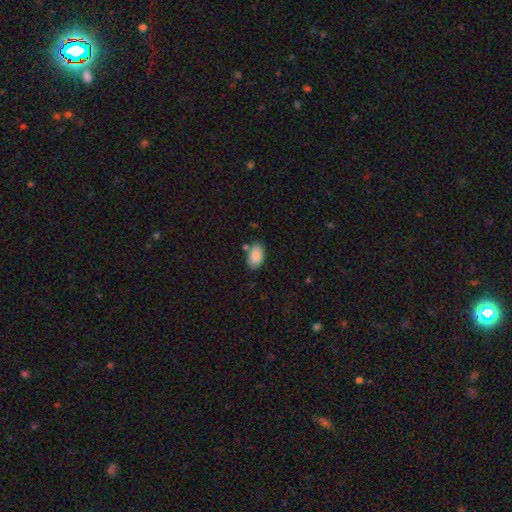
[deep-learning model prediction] smooth-or-featured: smooth: 88% | star or artifact: 7% | featured or disk: 5%
  how-rounded: in between: 92% | round: 7% | cigar-shaped: 1%
  merging: none: 70% | minor disturbance: 17% | merger: 9% | major disturbance: 4%